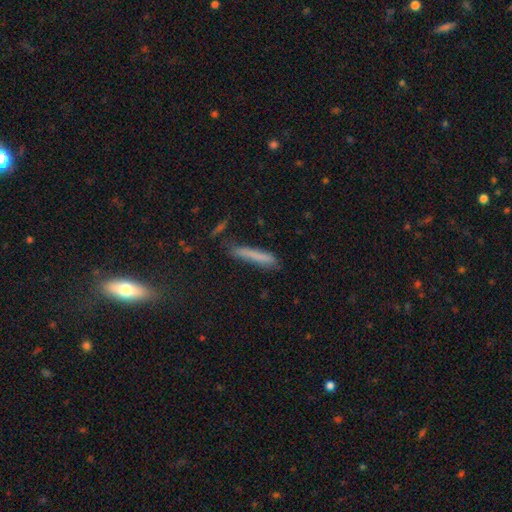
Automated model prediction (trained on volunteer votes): smooth 74%, featured or disk 18%, star or artifact 9%. Down the decision tree: how rounded — cigar-shaped (94%); merging — none (73%).